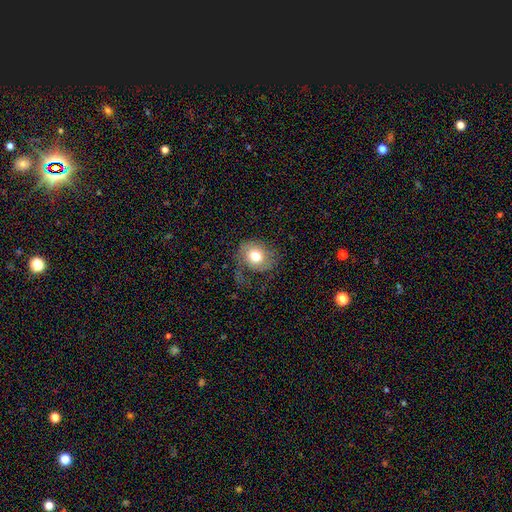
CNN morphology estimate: Overall: smooth (64%; featured or disk 27%). How rounded: round (66%; in between 33%). Merging: none (47%; major disturbance 27%).